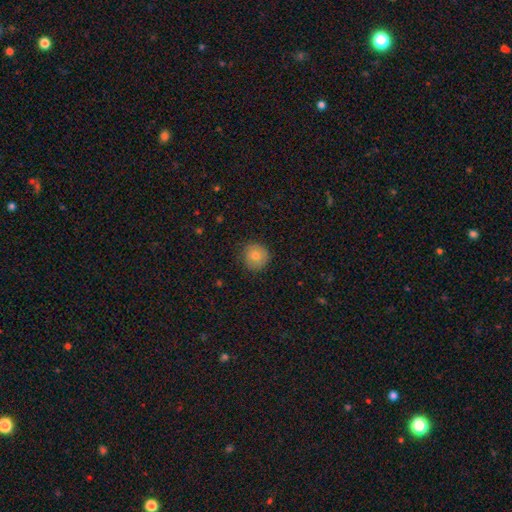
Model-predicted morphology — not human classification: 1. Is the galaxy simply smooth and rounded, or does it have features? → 81% smooth, 10% featured or disk, 9% star or artifact.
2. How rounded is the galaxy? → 92% round, 7% in between, 1% cigar-shaped.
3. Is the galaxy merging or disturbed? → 83% none, 13% minor disturbance, 3% major disturbance, 1% merger.